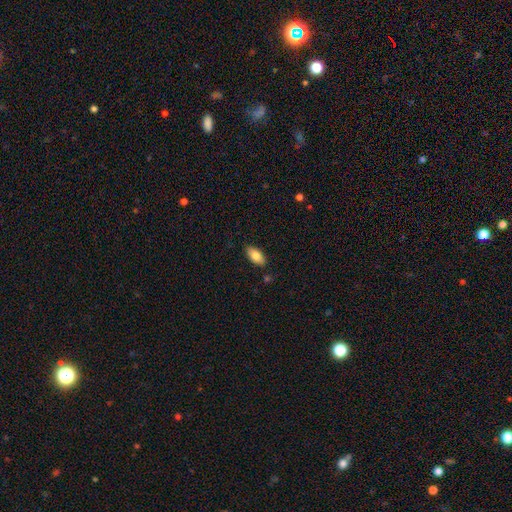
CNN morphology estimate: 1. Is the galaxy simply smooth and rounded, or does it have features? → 84% smooth, 9% featured or disk, 7% star or artifact.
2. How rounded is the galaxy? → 91% in between, 7% cigar-shaped, 2% round.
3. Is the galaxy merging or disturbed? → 85% none, 11% minor disturbance, 2% major disturbance, 2% merger.